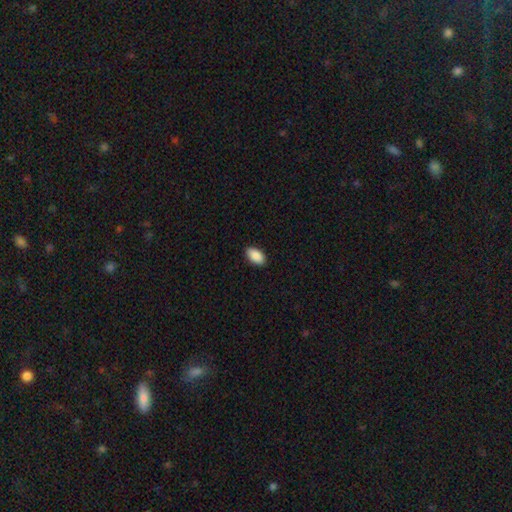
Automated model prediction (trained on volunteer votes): smooth_or_featured: smooth (p=0.90) [alt: star or artifact p=0.06]
how_rounded: in between (p=0.95) [alt: round p=0.03]
merging: none (p=0.90) [alt: minor disturbance p=0.07]